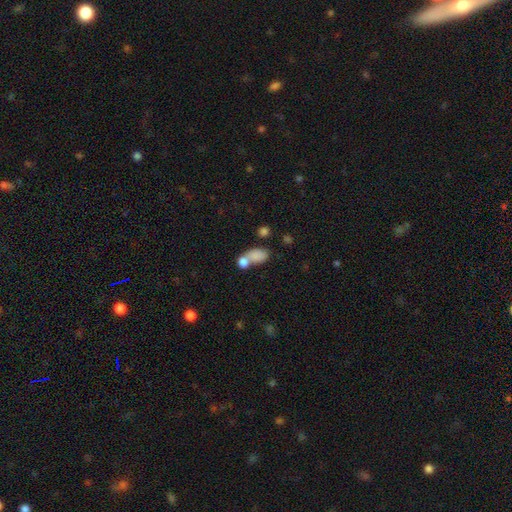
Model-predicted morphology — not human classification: Smooth or featured: smooth — 80% (featured or disk — 11%)
How rounded: in between — 82% (round — 14%)
Merging: merger — 49% (none — 30%)